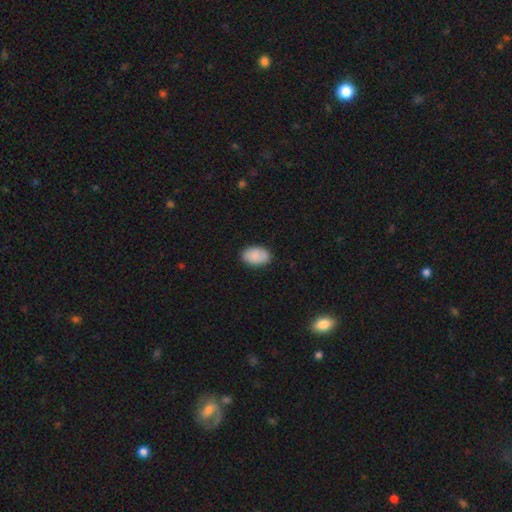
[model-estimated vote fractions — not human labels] smooth_or_featured: smooth (p=0.89) [alt: star or artifact p=0.07]
how_rounded: in between (p=0.92) [alt: round p=0.07]
merging: none (p=0.84) [alt: minor disturbance p=0.12]